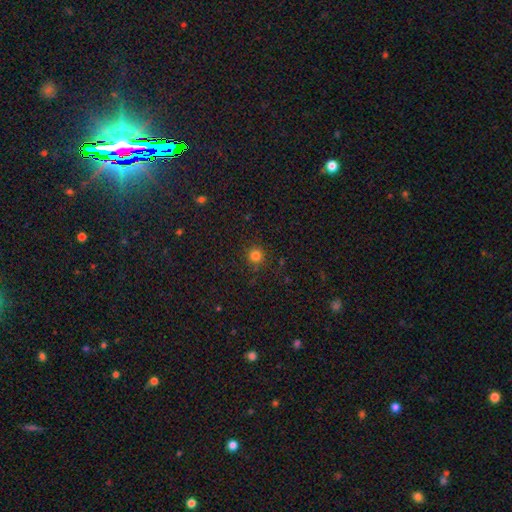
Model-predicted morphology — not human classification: smooth-or-featured: smooth: 81% | star or artifact: 14% | featured or disk: 5%
  how-rounded: round: 93% | in between: 6% | cigar-shaped: 1%
  merging: none: 87% | minor disturbance: 8% | major disturbance: 3% | merger: 1%